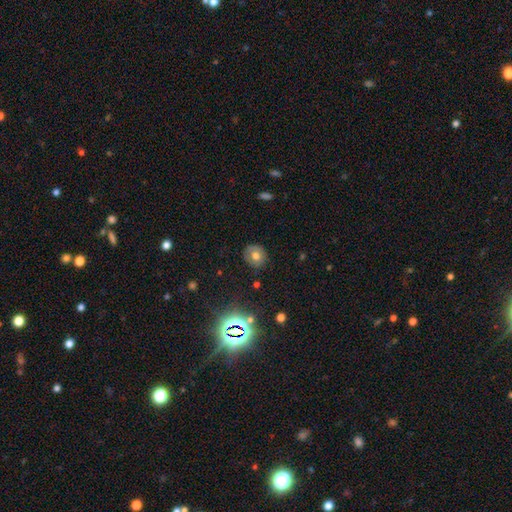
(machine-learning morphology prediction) Q: Smooth or featured?
A: smooth (66%); runner-up: featured or disk (19%)
Q: How rounded?
A: round (82%); runner-up: in between (17%)
Q: Merging?
A: none (83%); runner-up: minor disturbance (13%)